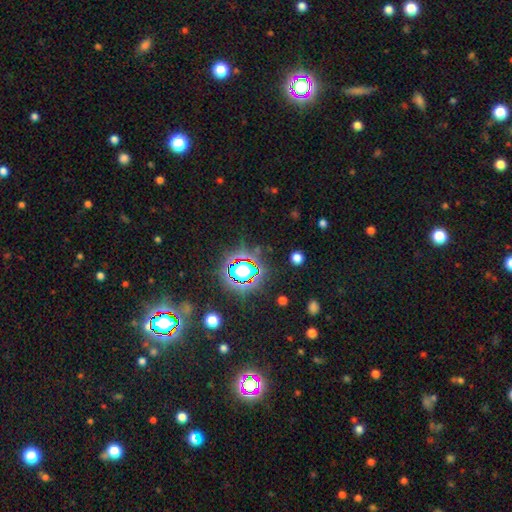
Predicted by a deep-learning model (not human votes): A star or artifact, not a galaxy (77%).

Vote fractions:
- Smooth or featured? star or artifact: 77% / smooth: 14% / featured or disk: 8%